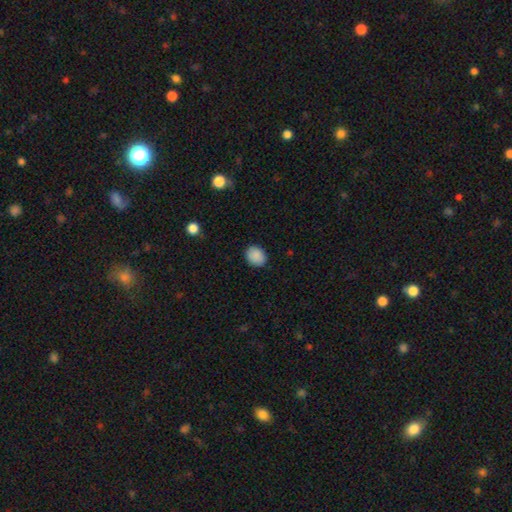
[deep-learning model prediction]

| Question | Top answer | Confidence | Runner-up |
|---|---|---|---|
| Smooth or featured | smooth | 89% | star or artifact (8%) |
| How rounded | round | 53% | in between (46%) |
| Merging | none | 86% | minor disturbance (10%) |